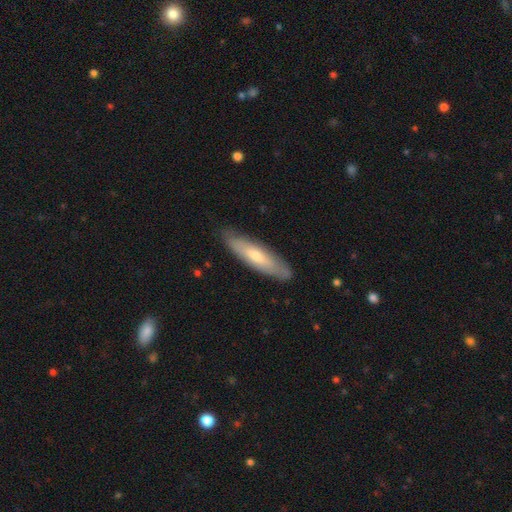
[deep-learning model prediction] smooth-or-featured: smooth: 57% | featured or disk: 37% | star or artifact: 6%
  how-rounded: cigar-shaped: 68% | in between: 31% | round: 2%
  merging: none: 85% | minor disturbance: 12% | major disturbance: 2% | merger: 1%